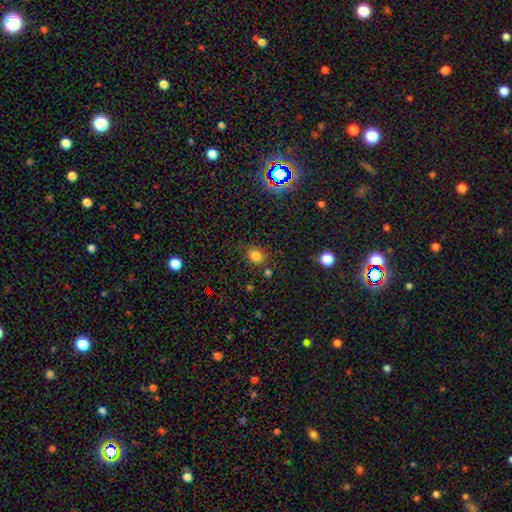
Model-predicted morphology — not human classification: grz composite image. It shows a smooth galaxy with no disk features (78%) that is round (70%). Merging: none (79%).